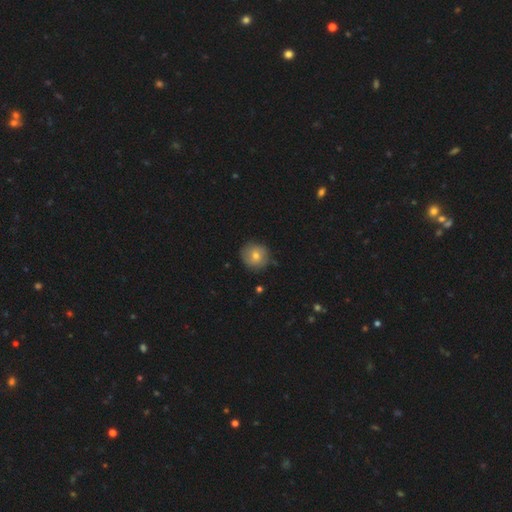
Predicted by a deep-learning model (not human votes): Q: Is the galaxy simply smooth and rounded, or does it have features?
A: smooth — 69%.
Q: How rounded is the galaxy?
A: round — 91%.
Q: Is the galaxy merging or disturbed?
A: none — 83%.